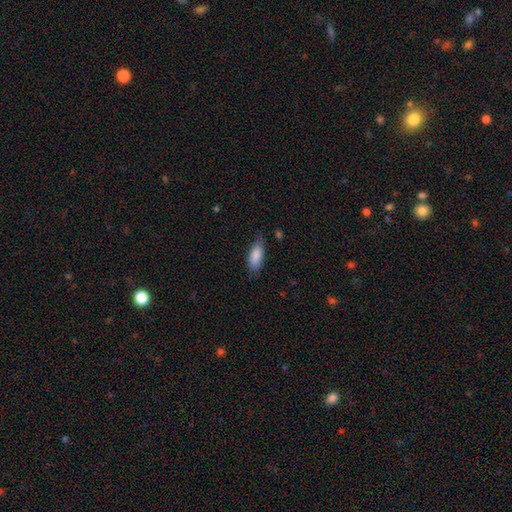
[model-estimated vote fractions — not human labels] Q: Smooth or featured?
A: smooth (86%); runner-up: featured or disk (9%)
Q: How rounded?
A: in between (79%); runner-up: cigar-shaped (19%)
Q: Merging?
A: none (69%); runner-up: minor disturbance (24%)